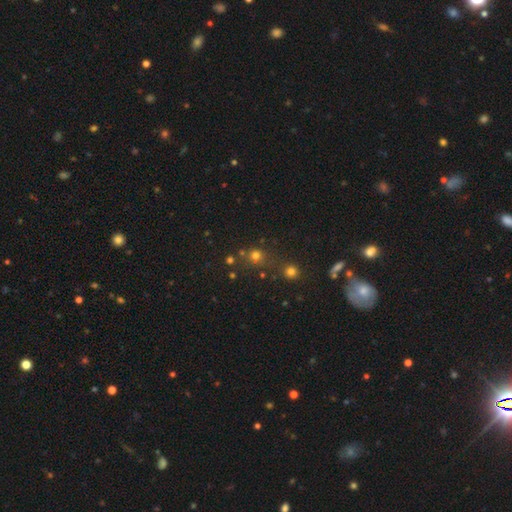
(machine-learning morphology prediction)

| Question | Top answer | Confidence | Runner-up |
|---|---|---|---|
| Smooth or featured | smooth | 65% | star or artifact (26%) |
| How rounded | round | 87% | in between (12%) |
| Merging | none | 62% | merger (21%) |